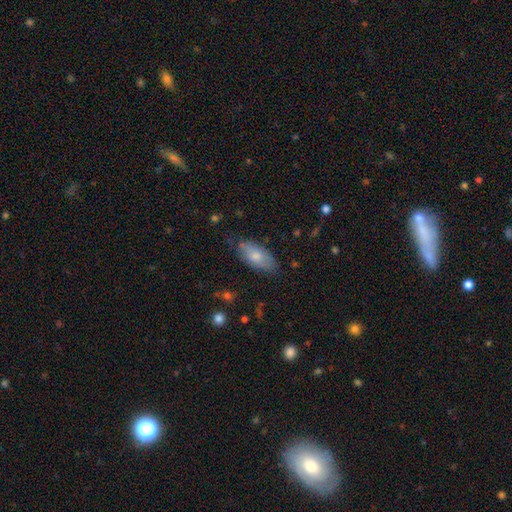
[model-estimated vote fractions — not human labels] smooth_or_featured: smooth (p=0.74) [alt: featured or disk p=0.19]
how_rounded: in between (p=0.88) [alt: cigar-shaped p=0.10]
merging: none (p=0.72) [alt: minor disturbance p=0.22]